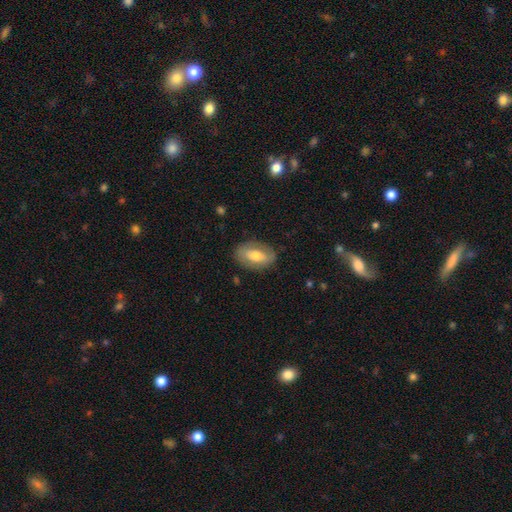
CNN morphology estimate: The model was most divided on "smooth or featured": smooth: 55%, featured or disk: 38%, star or artifact: 6%. More confident: how rounded — in between (88%); merging — none (80%).